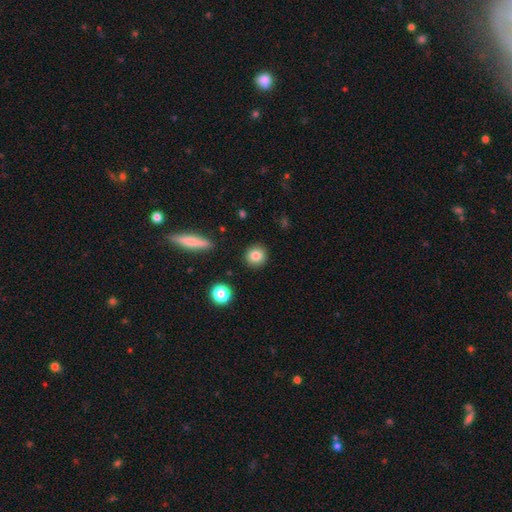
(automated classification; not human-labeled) Smooth or featured?
  - smooth: 84% *
  - star or artifact: 9%
  - featured or disk: 6%
How rounded?
  - round: 88% *
  - in between: 10%
  - cigar-shaped: 1%
Merging?
  - none: 90% *
  - minor disturbance: 6%
  - major disturbance: 2%
  - merger: 2%